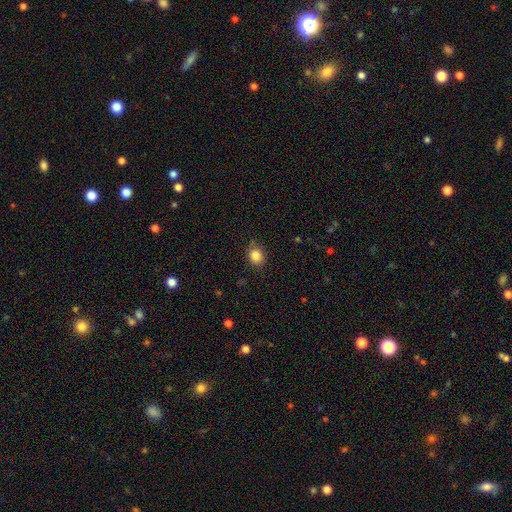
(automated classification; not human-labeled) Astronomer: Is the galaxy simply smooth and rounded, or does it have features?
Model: smooth — 84%.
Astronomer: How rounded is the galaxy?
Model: round — 62% (runner-up: in between, 37%).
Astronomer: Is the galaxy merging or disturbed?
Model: none — 81%.